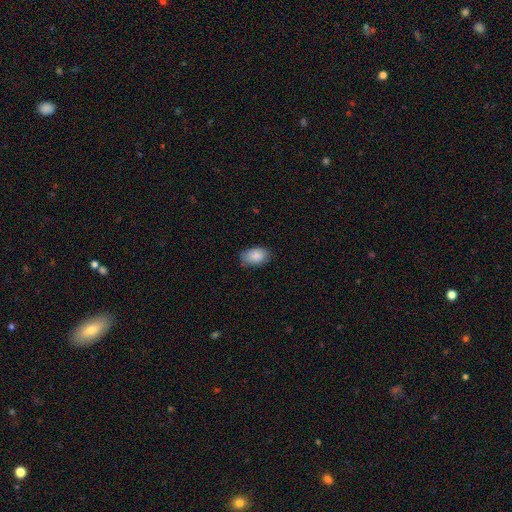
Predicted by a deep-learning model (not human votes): Smooth or featured? smooth (85%)
How rounded? in between (90%)
Merging? none (79%)